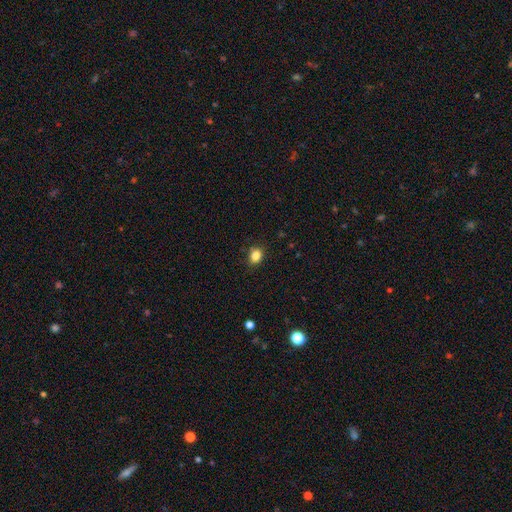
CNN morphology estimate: Smooth or featured? Predicted: smooth (p=0.84). How rounded? Predicted: in between (p=0.53). Merging? Predicted: none (p=0.83).